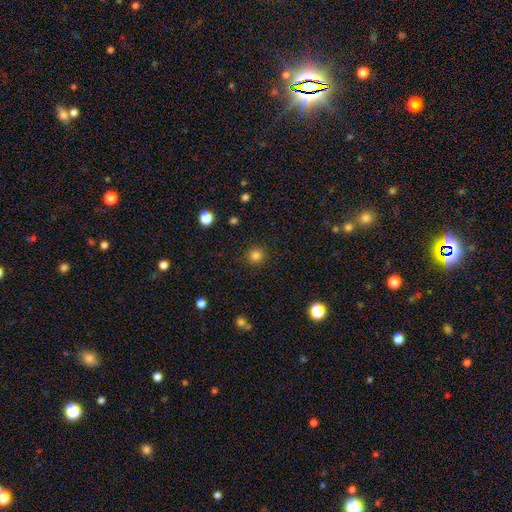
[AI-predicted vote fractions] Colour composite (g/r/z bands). It shows a smooth galaxy with no disk features (82%) that is round (93%). Merging: none (90%).